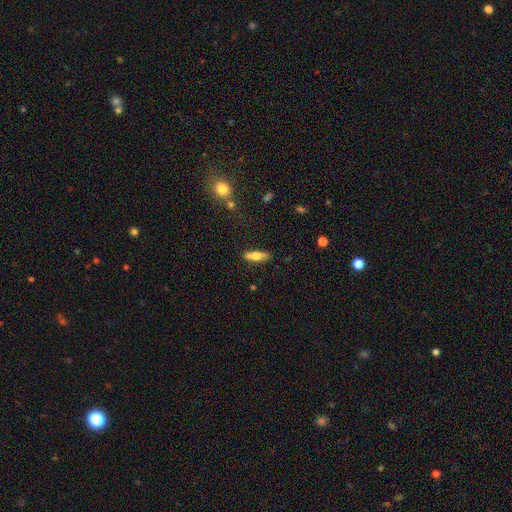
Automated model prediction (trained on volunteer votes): This is likely a smooth galaxy (61%). How rounded: possibly cigar-shaped (52%). Merging: clearly none (82%).